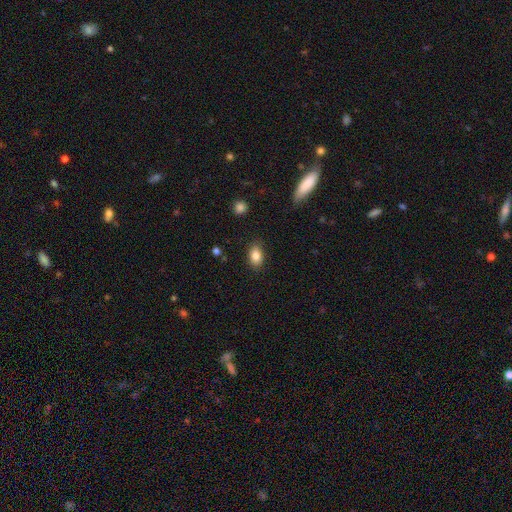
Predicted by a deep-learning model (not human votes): Q: Smooth or featured?
A: smooth (86%); runner-up: star or artifact (8%)
Q: How rounded?
A: in between (85%); runner-up: round (13%)
Q: Merging?
A: none (85%); runner-up: minor disturbance (11%)